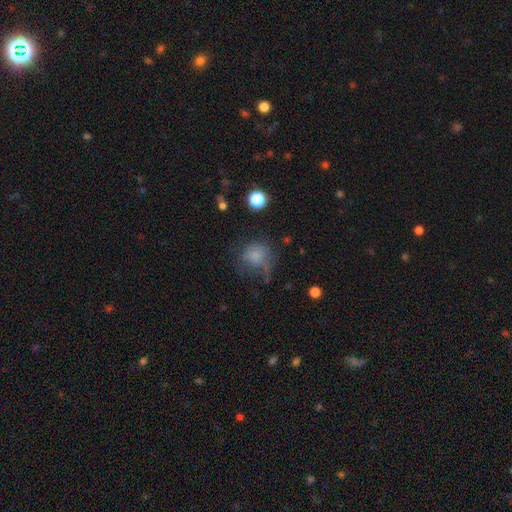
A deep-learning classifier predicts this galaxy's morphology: Smooth or featured? Predicted: smooth (p=0.70). How rounded? Predicted: round (p=0.74). Merging? Predicted: none (p=0.42).